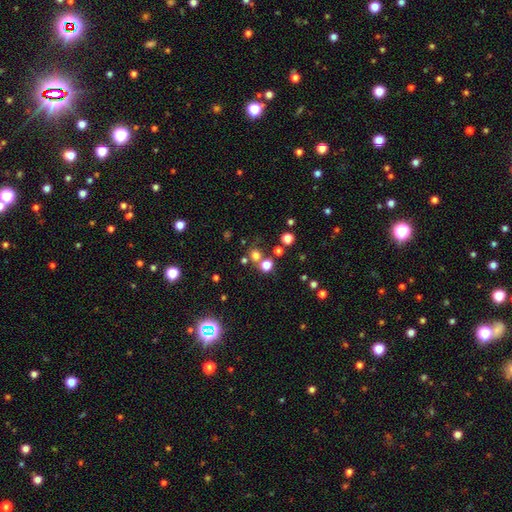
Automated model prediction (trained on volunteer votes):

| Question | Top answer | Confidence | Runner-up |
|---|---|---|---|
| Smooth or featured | smooth | 68% | star or artifact (24%) |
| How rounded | round | 88% | in between (11%) |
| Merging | none | 66% | merger (23%) |